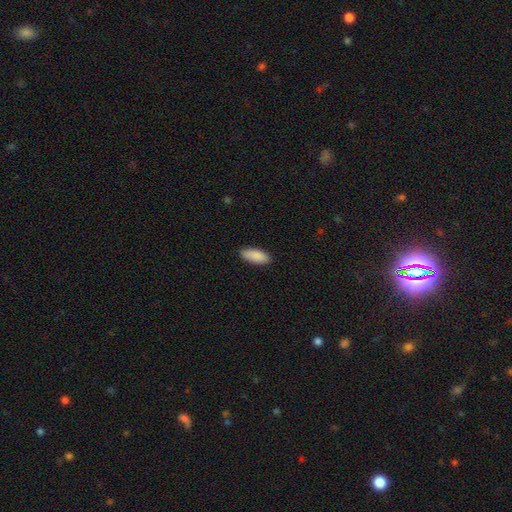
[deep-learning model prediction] smooth_or_featured: smooth (p=0.90) [alt: star or artifact p=0.06]
how_rounded: in between (p=0.81) [alt: cigar-shaped p=0.17]
merging: none (p=0.88) [alt: minor disturbance p=0.09]